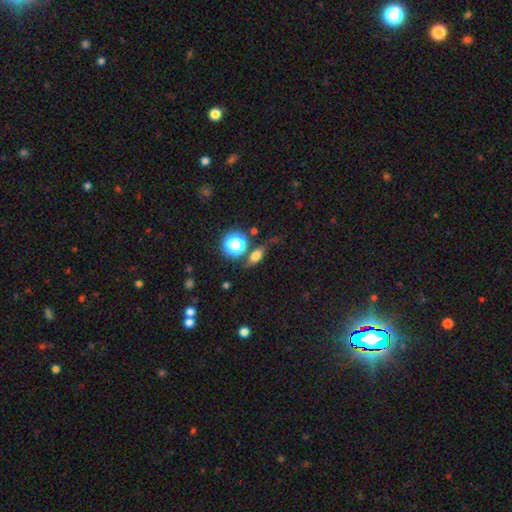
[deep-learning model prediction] A smooth galaxy with no disk features (62%) that is in between round and cigar-shaped (54%).

Vote fractions:
- Smooth or featured? smooth: 62% / featured or disk: 20% / star or artifact: 18%
- How rounded? in between: 54% / round: 33% / cigar-shaped: 13%
- Merging? none: 61% / minor disturbance: 19% / major disturbance: 12% / merger: 8%